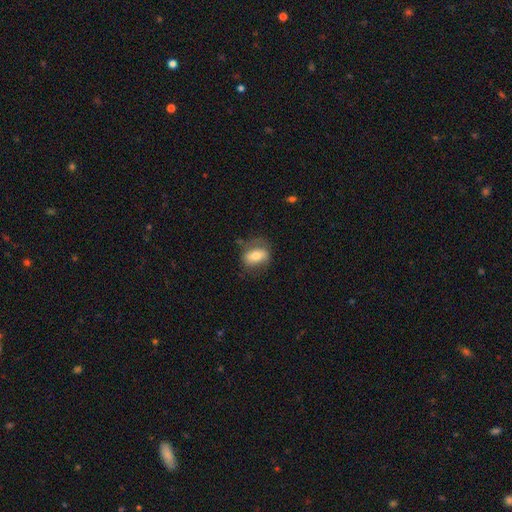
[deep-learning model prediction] Morphology: type=smooth (64%); roundness=in between (80%); merging=none (62%).